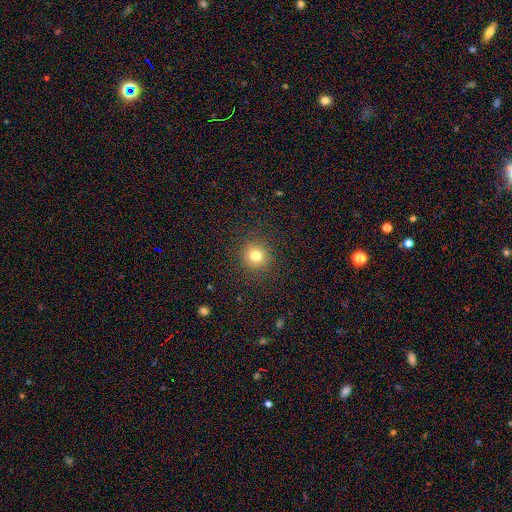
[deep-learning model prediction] Smooth or featured? smooth (79%)
How rounded? round (93%)
Merging? none (90%)